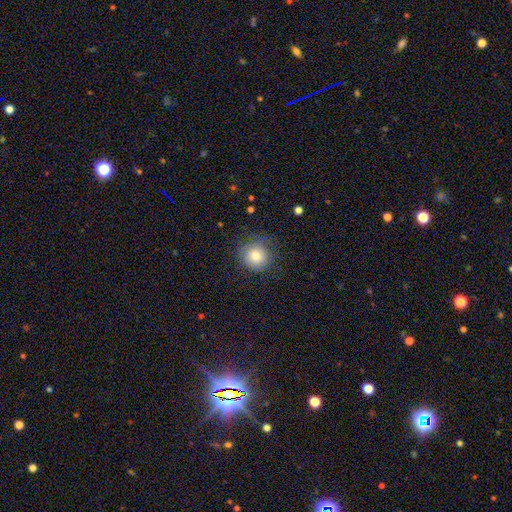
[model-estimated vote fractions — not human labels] A smooth galaxy with no disk features (81%) that is round (89%). Merging: none (74%).